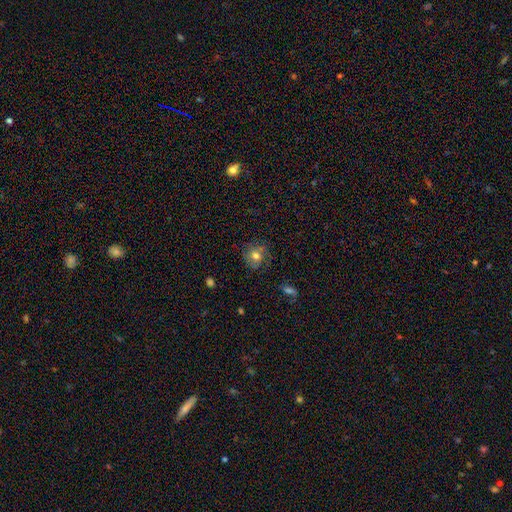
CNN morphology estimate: Q: Smooth or featured?
A: smooth (63%); runner-up: featured or disk (24%)
Q: How rounded?
A: round (82%); runner-up: in between (17%)
Q: Merging?
A: none (73%); runner-up: minor disturbance (18%)